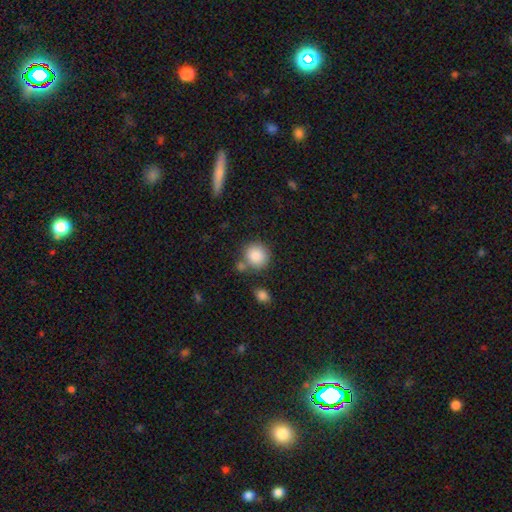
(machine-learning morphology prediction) Smooth or featured? smooth (87%)
How rounded? round (88%)
Merging? none (72%)